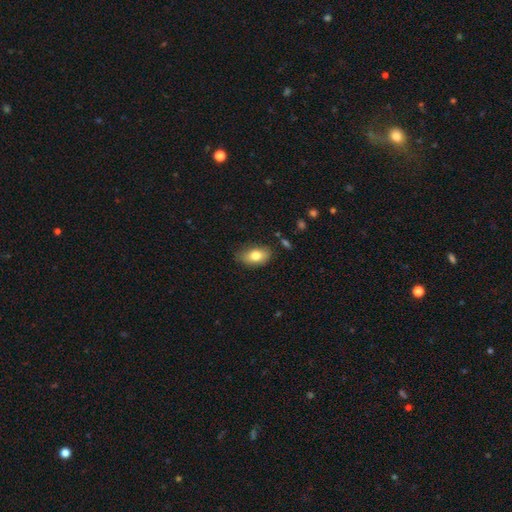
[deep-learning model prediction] This appears to be a smooth galaxy with no disk features (79%) that is in between round and cigar-shaped (89%). Merging: none (76%).